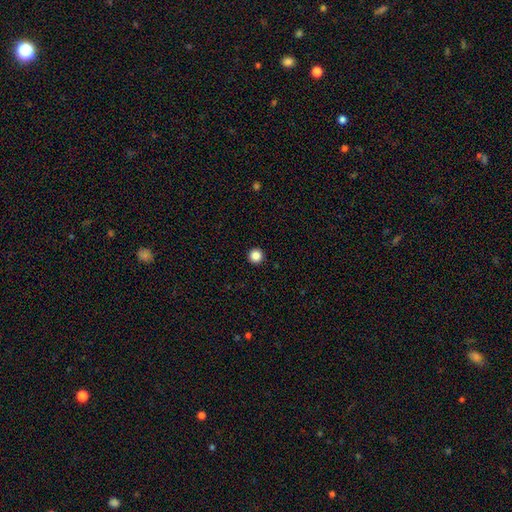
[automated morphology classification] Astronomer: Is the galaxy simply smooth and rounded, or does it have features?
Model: smooth — 86%.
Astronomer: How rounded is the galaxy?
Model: round — 97%.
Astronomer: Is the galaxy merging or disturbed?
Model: none — 95%.